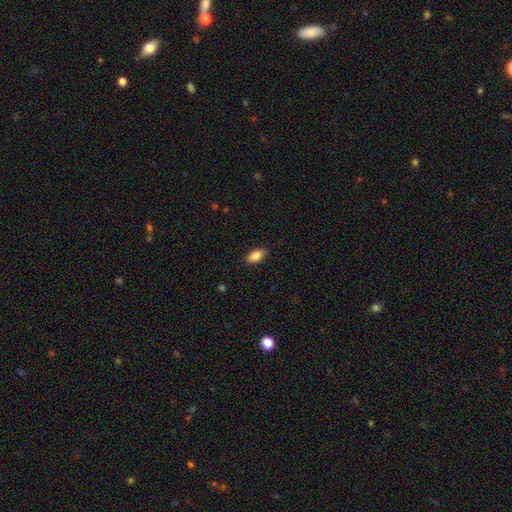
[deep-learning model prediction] smooth_or_featured: smooth (p=0.82) [alt: featured or disk p=0.11]
how_rounded: in between (p=0.87) [alt: cigar-shaped p=0.10]
merging: none (p=0.84) [alt: minor disturbance p=0.12]